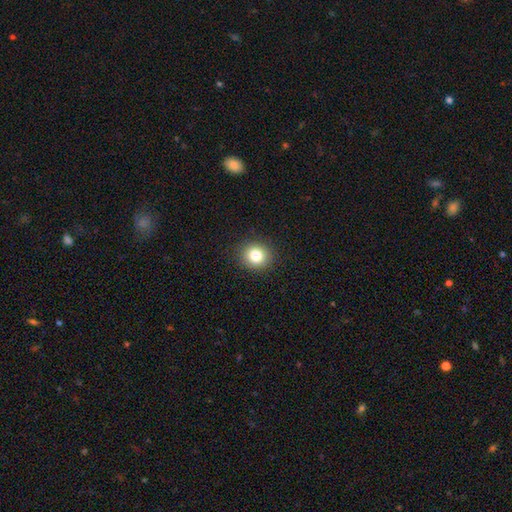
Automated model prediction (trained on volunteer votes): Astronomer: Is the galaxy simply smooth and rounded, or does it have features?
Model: smooth — 82%.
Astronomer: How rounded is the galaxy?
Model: round — 83%.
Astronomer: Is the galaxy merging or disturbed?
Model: none — 91%.